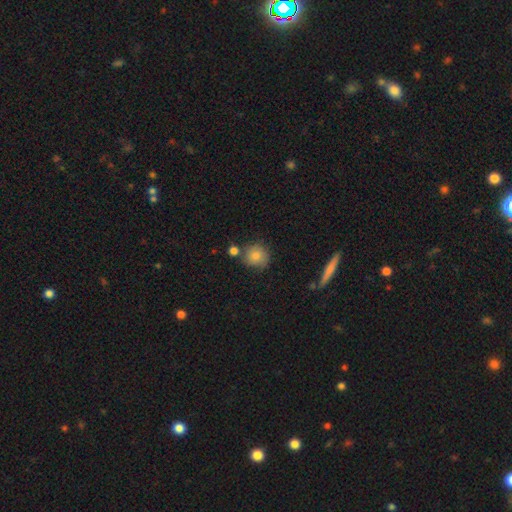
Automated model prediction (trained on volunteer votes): Smooth or featured: smooth — 80% (featured or disk — 10%)
How rounded: round — 89% (in between — 10%)
Merging: none — 66% (minor disturbance — 16%)